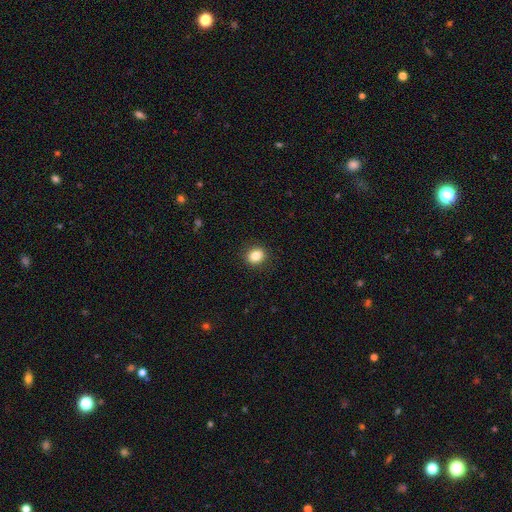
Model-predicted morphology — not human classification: This is clearly a smooth galaxy (85%). How rounded: likely round (68%). Merging: clearly none (91%).